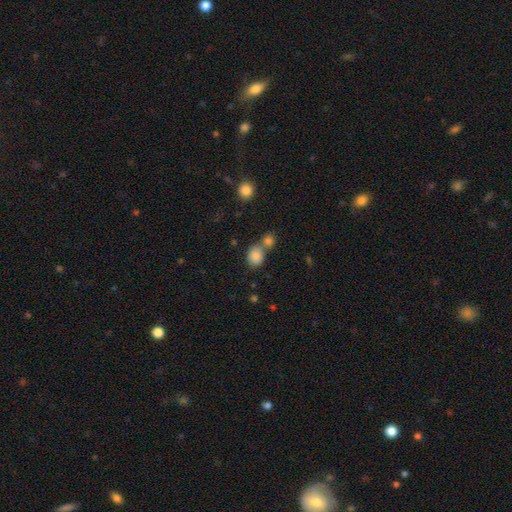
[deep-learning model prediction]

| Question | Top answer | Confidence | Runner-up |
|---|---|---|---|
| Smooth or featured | smooth | 84% | star or artifact (10%) |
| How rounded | round | 54% | in between (45%) |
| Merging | none | 49% | merger (38%) |